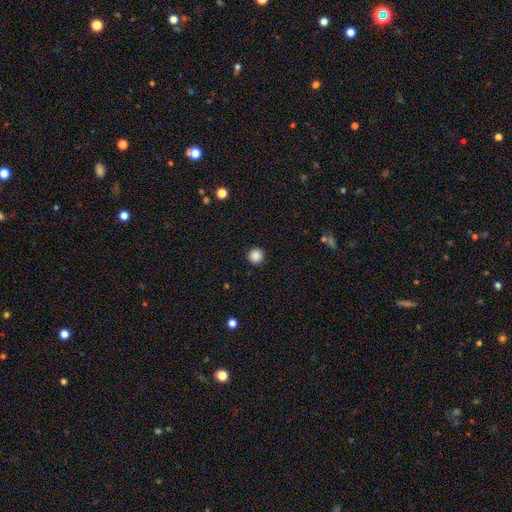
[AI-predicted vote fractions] Smooth or featured? Predicted: smooth (p=0.87). How rounded? Predicted: round (p=0.96). Merging? Predicted: none (p=0.93).